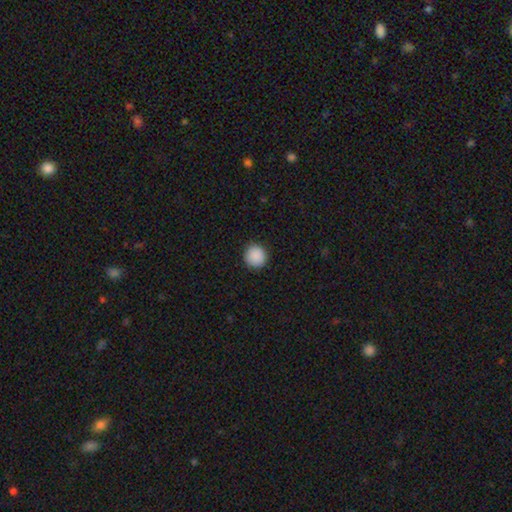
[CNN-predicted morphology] Smooth or featured?
  - smooth: 90% *
  - star or artifact: 8%
  - featured or disk: 3%
How rounded?
  - round: 94% *
  - in between: 5%
  - cigar-shaped: 1%
Merging?
  - none: 91% *
  - minor disturbance: 6%
  - major disturbance: 2%
  - merger: 1%